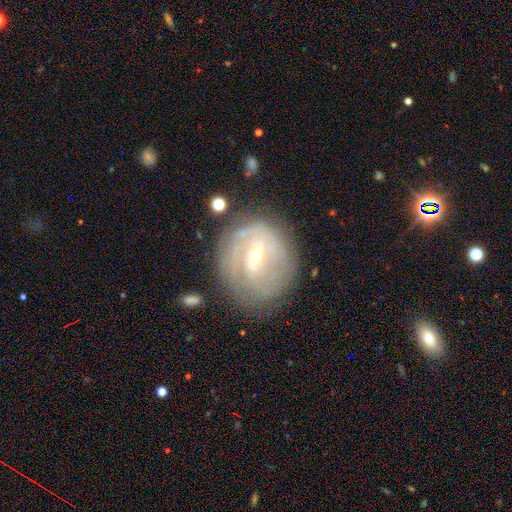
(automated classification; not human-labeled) A featured or disk galaxy (78%) with a weak bar (50%), tight (66%) spiral arms (82%) and a small central bulge (69%). Merging: none (72%).